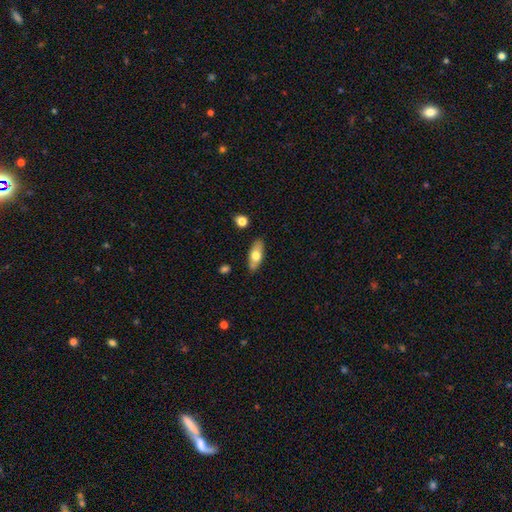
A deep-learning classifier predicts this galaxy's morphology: smooth 64%, featured or disk 30%, star or artifact 6%. Down the decision tree: how rounded — in between (79%); merging — none (80%).